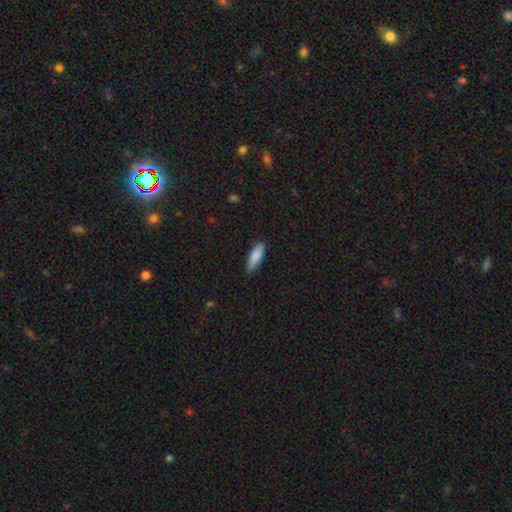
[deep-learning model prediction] The model was most divided on "how rounded": in between: 60%, cigar-shaped: 38%, round: 2%. More confident: smooth or featured — smooth (86%); merging — none (79%).